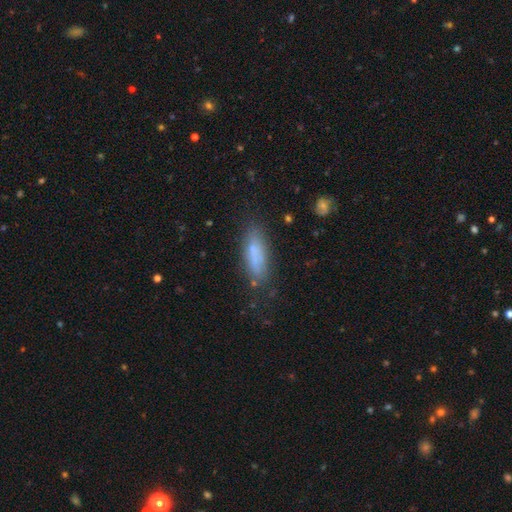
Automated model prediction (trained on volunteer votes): The model was most divided on "how rounded": in between: 51%, cigar-shaped: 47%, round: 2%. More confident: smooth or featured — smooth (74%); merging — none (69%).